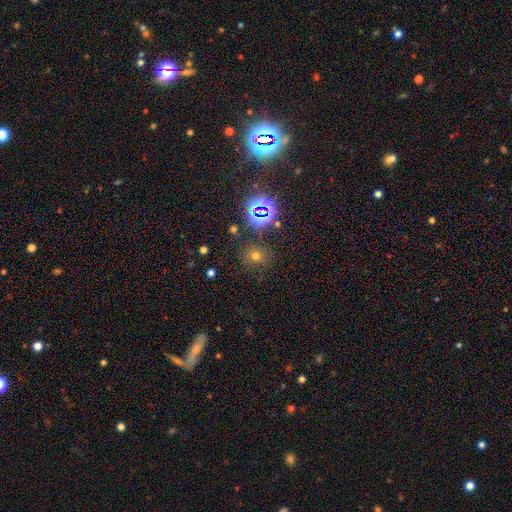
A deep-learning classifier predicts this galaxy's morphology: type=smooth (58%); roundness=round (79%); merging=none (82%).